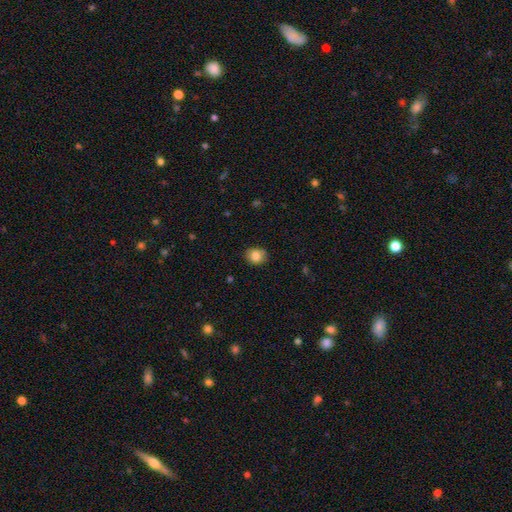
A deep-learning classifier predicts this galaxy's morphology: smooth 84%, star or artifact 9%, featured or disk 7%. Down the decision tree: how rounded — round (69%); merging — none (85%).